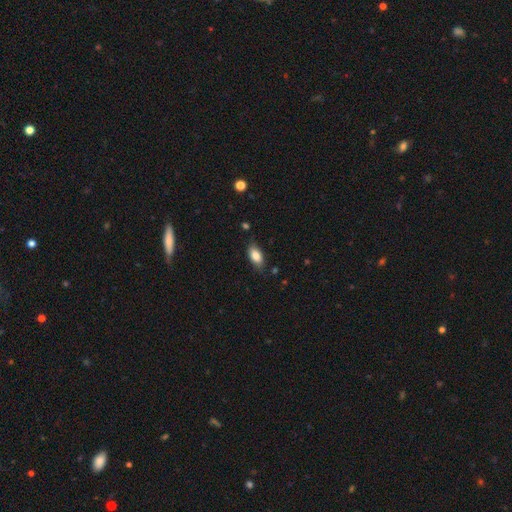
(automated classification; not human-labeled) smooth 84%, featured or disk 9%, star or artifact 7%. Down the decision tree: how rounded — in between (90%); merging — none (78%).